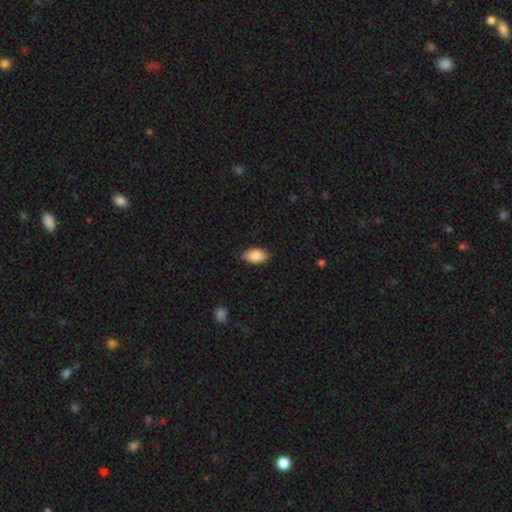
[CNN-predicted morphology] Smooth or featured? smooth (88%)
How rounded? in between (94%)
Merging? none (86%)